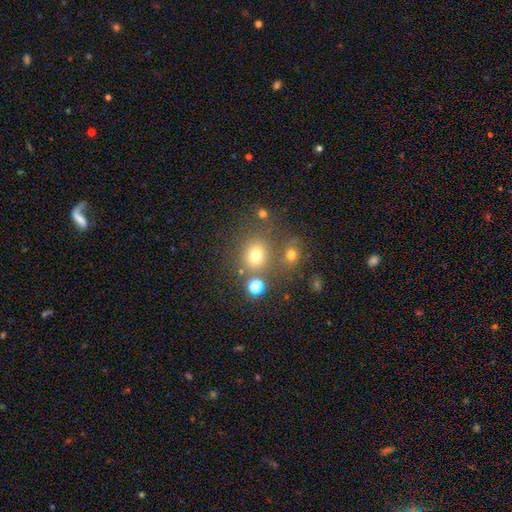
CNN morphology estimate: smooth 70%, star or artifact 21%, featured or disk 9%. Down the decision tree: how rounded — round (78%); merging — none (70%).